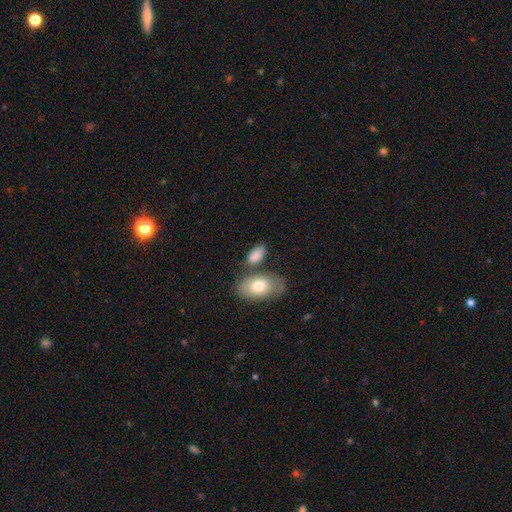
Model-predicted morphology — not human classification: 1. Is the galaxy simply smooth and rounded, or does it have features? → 83% smooth, 11% featured or disk, 6% star or artifact.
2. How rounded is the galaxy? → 92% in between, 5% round, 3% cigar-shaped.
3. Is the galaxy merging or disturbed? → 55% none, 22% merger, 17% minor disturbance, 6% major disturbance.